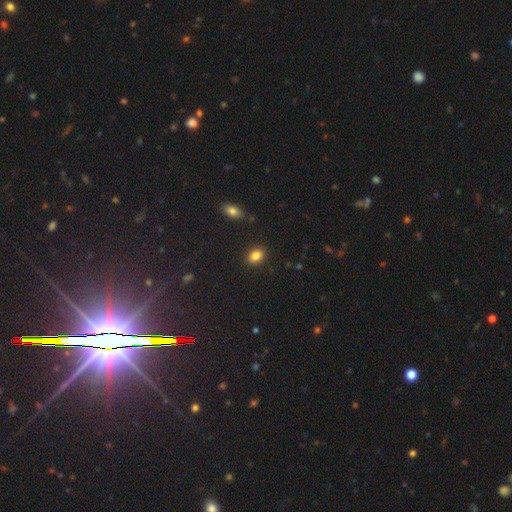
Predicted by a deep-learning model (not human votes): Q: Smooth or featured?
A: smooth (85%); runner-up: star or artifact (9%)
Q: How rounded?
A: in between (75%); runner-up: round (23%)
Q: Merging?
A: none (87%); runner-up: minor disturbance (9%)